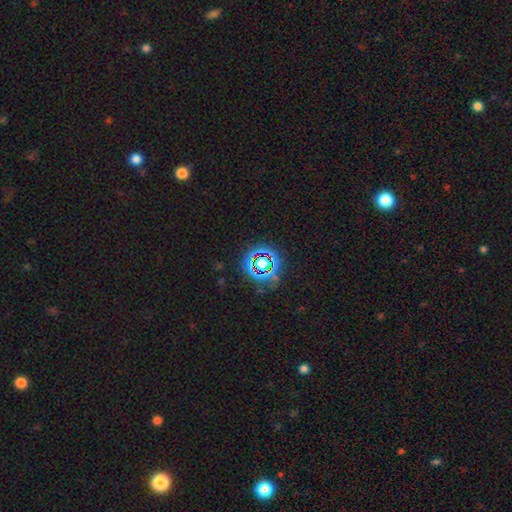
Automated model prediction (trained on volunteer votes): This appears to be a star or artifact, not a galaxy (70%).